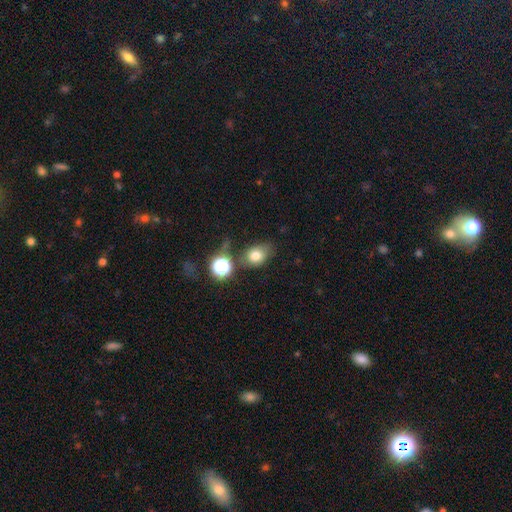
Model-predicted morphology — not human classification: A smooth galaxy with no disk features (74%) that is in between round and cigar-shaped (63%).

Vote fractions:
- Smooth or featured? smooth: 74% / star or artifact: 15% / featured or disk: 12%
- How rounded? in between: 63% / round: 36% / cigar-shaped: 1%
- Merging? none: 64% / minor disturbance: 19% / merger: 9% / major disturbance: 7%